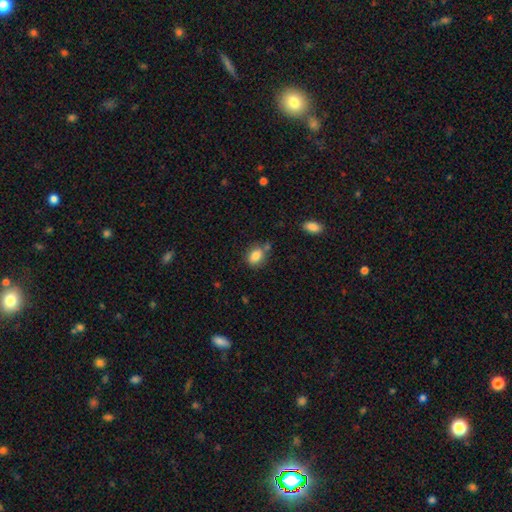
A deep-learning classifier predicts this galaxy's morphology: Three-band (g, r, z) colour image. It shows a smooth galaxy with no disk features (84%) that is in between round and cigar-shaped (64%). Merging: none (63%).